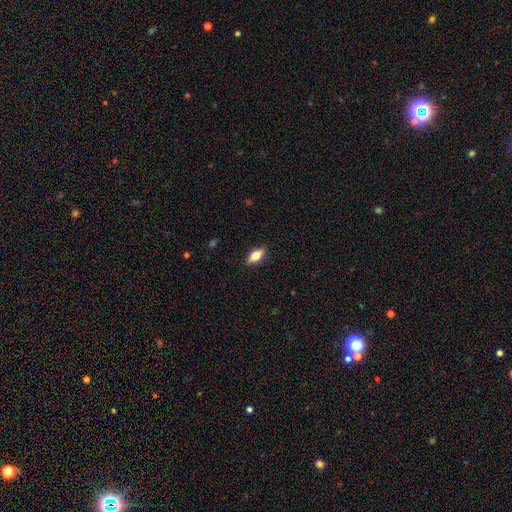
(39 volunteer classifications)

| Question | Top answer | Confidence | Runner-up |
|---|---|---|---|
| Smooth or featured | smooth | 54% | featured or disk (36%) |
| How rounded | in between | 62% | cigar-shaped (29%) |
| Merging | none | 94% | minor disturbance (6%) |